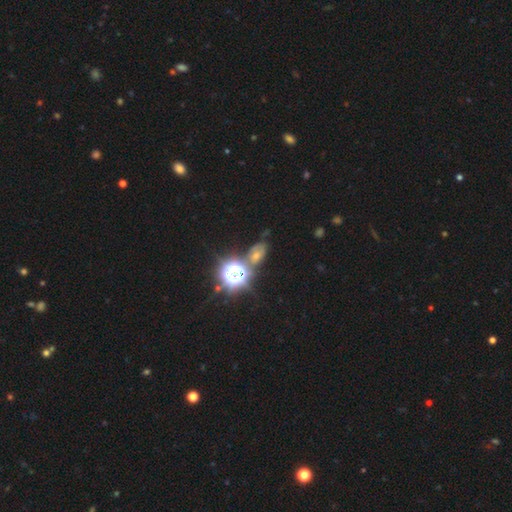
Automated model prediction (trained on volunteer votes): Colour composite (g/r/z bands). It shows a star or artifact, not a galaxy (61%).